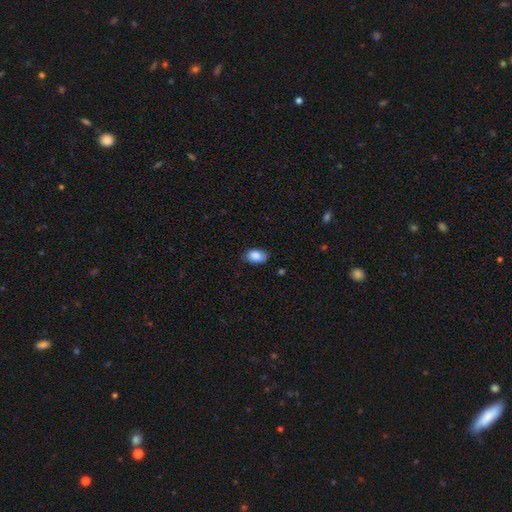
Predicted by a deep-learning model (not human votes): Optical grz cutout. It shows a smooth galaxy with no disk features (86%) that is in between round and cigar-shaped (91%). Merging: none (79%).